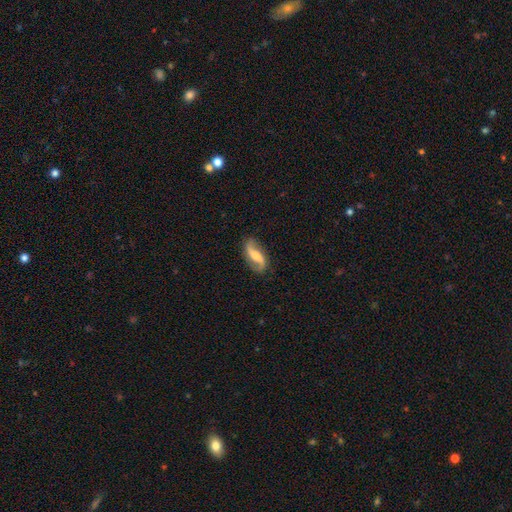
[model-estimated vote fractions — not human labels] A featured or disk galaxy (81%) with a weak bar (39%), 2 (92%) loose (74%) spiral arms (95%) and a moderate central bulge (52%).

Vote fractions:
- Smooth or featured? featured or disk: 81% / smooth: 13% / star or artifact: 6%
- Edge-on disk? no: 94% / yes: 6%
- Bar? weak: 39% / no: 31% / strong: 31%
- Spiral arms? yes: 95% / no: 5%
- Spiral winding? loose: 74% / medium: 20% / tight: 7%
- Spiral arm count? 2: 92% / 1: 3% / can't tell: 2% / 3: 1% / 4: 1% / more than 4: 1%
- Bulge size? moderate: 52% / small: 33% / large: 7% / none: 7% / dominant: 2%
- Merging? none: 82% / minor disturbance: 13% / major disturbance: 4% / merger: 1%